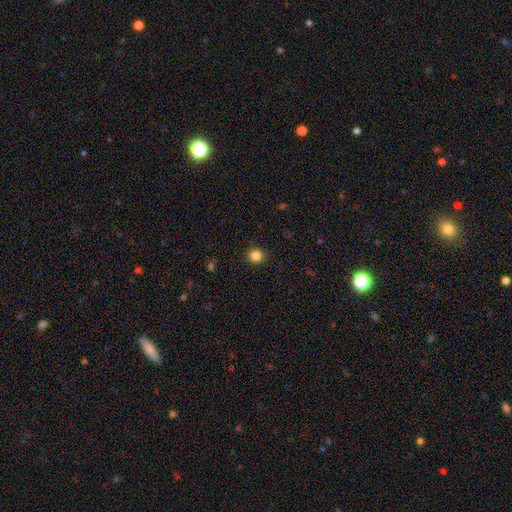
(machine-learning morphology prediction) Smooth or featured?
  - smooth: 85% *
  - star or artifact: 11%
  - featured or disk: 4%
How rounded?
  - round: 88% *
  - in between: 11%
  - cigar-shaped: 1%
Merging?
  - none: 92% *
  - minor disturbance: 5%
  - major disturbance: 2%
  - merger: 1%